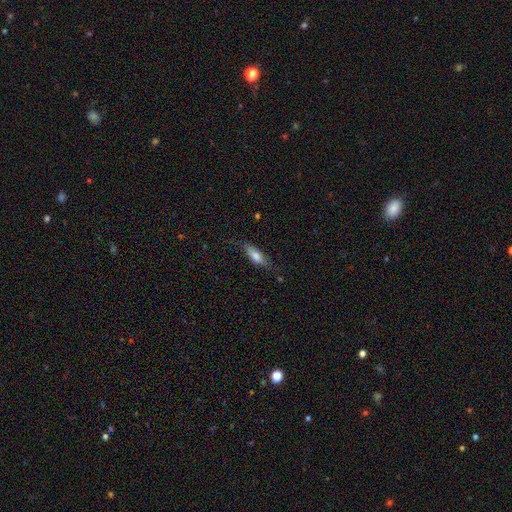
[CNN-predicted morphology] Q: Smooth or featured?
A: smooth (69%); runner-up: featured or disk (25%)
Q: How rounded?
A: in between (52%); runner-up: cigar-shaped (46%)
Q: Merging?
A: none (69%); runner-up: minor disturbance (23%)